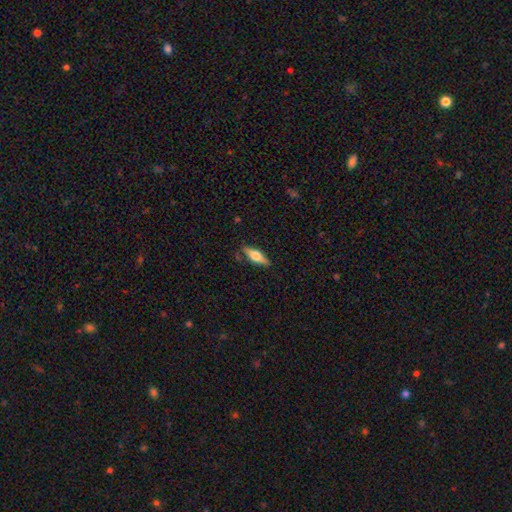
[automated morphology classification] Smooth or featured? featured or disk (49%)
Merging? none (84%)